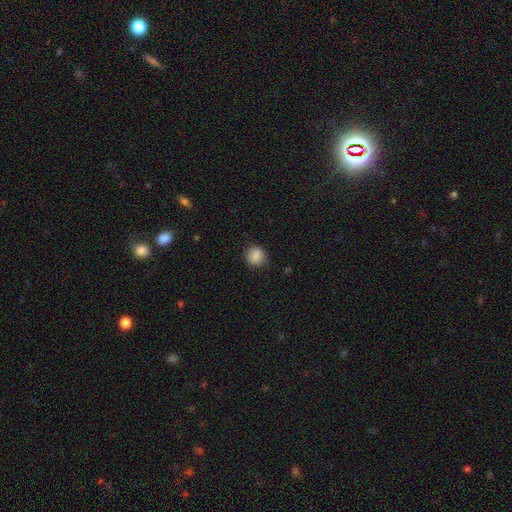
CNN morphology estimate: Smooth or featured?
  - smooth: 87% *
  - star or artifact: 9%
  - featured or disk: 4%
How rounded?
  - round: 88% *
  - in between: 11%
  - cigar-shaped: 1%
Merging?
  - none: 86% *
  - minor disturbance: 10%
  - major disturbance: 3%
  - merger: 1%